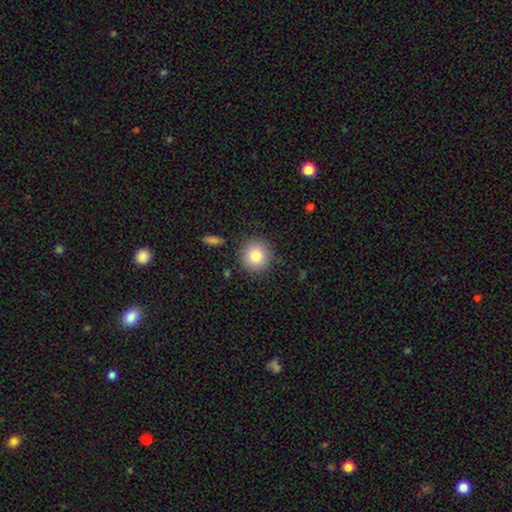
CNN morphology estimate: This appears to be a smooth galaxy with no disk features (82%) that is round (94%). Merging: none (87%).